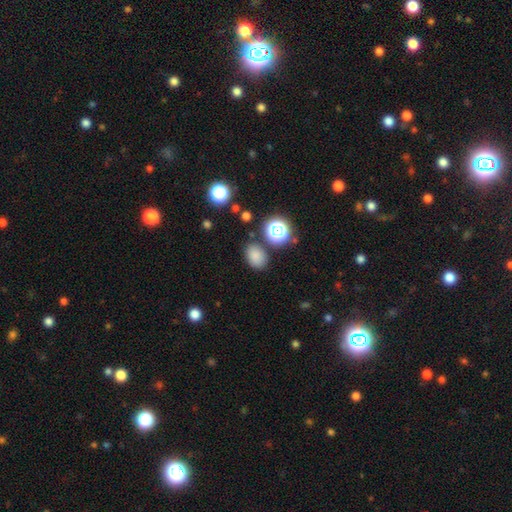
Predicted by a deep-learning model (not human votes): The model was most divided on "how rounded": in between: 69%, round: 30%, cigar-shaped: 1%. More confident: smooth or featured — smooth (80%); merging — none (78%).